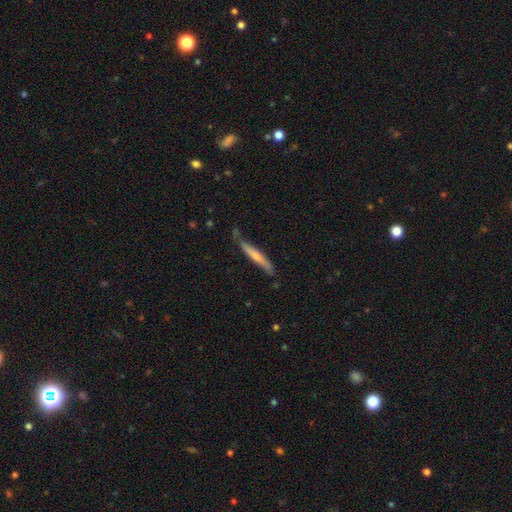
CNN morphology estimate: A smooth galaxy with no disk features (56%) that is cigar-shaped (93%).

Vote fractions:
- Smooth or featured? smooth: 56% / featured or disk: 39% / star or artifact: 5%
- How rounded? cigar-shaped: 93% / in between: 5% / round: 1%
- Merging? none: 67% / minor disturbance: 24% / major disturbance: 4% / merger: 4%